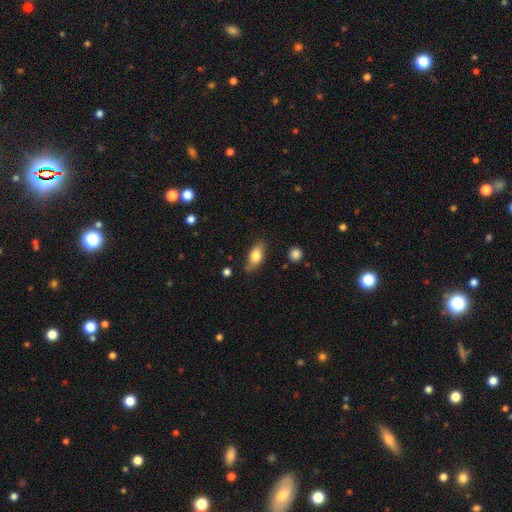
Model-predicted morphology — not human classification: smooth_or_featured: smooth (p=0.75) [alt: featured or disk p=0.19]
how_rounded: in between (p=0.83) [alt: cigar-shaped p=0.11]
merging: none (p=0.76) [alt: minor disturbance p=0.18]